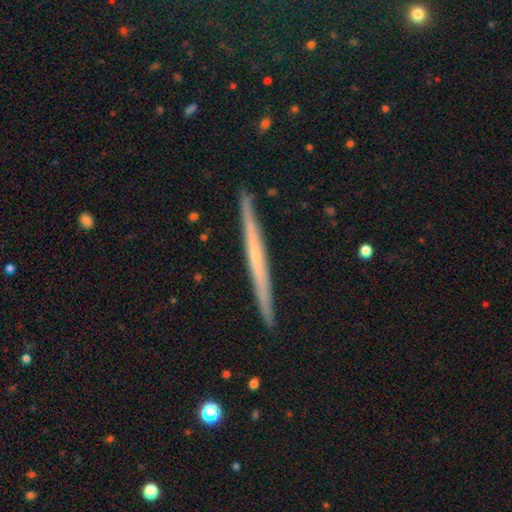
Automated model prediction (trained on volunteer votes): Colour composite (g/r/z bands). It shows a featured or disk galaxy (60%) viewed edge-on (98%) with no central bulge (82%). Merging: none (92%).